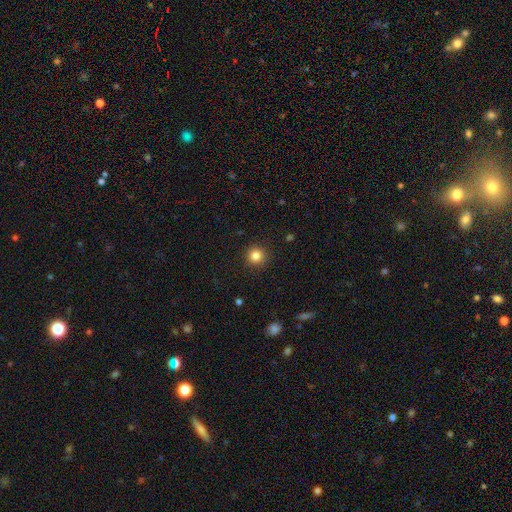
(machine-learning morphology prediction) Smooth or featured: smooth — 84% (star or artifact — 11%)
How rounded: round — 94% (in between — 5%)
Merging: none — 91% (minor disturbance — 6%)